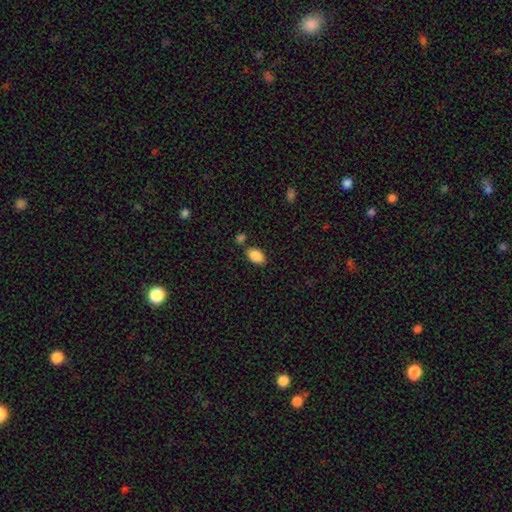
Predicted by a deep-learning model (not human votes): Smooth or featured: smooth — 88% (star or artifact — 7%)
How rounded: in between — 92% (round — 7%)
Merging: none — 76% (minor disturbance — 11%)